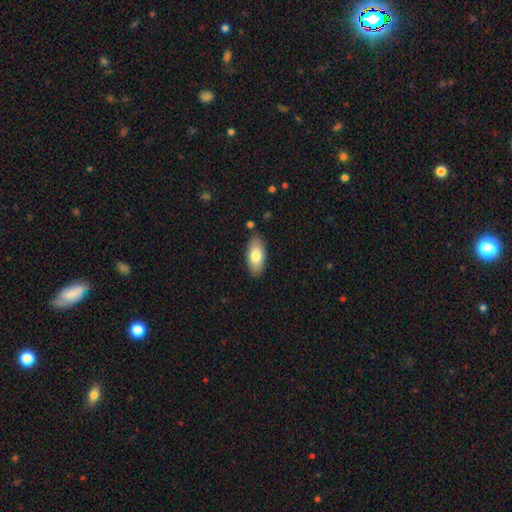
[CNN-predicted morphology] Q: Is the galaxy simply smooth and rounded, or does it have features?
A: smooth — 78%.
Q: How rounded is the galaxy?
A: in between — 90%.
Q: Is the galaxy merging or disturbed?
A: none — 86%.